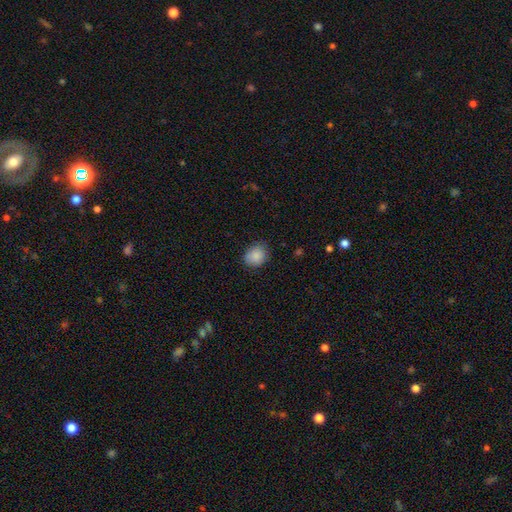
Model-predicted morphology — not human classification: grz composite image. It shows a smooth galaxy with no disk features (87%) that is round (57%). Merging: none (78%).